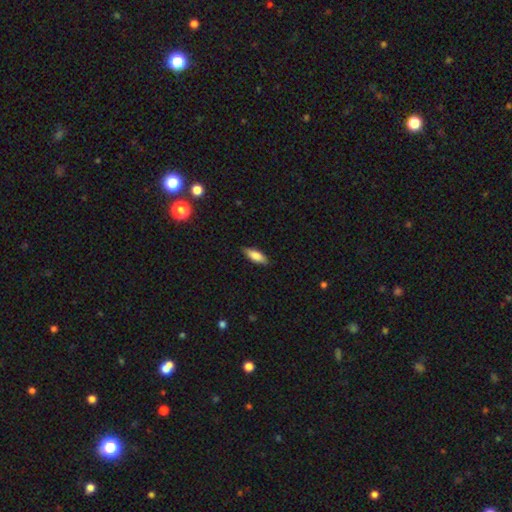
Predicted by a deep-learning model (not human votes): Smooth or featured: smooth — 80% (featured or disk — 13%)
How rounded: in between — 58% (cigar-shaped — 40%)
Merging: none — 86% (minor disturbance — 11%)